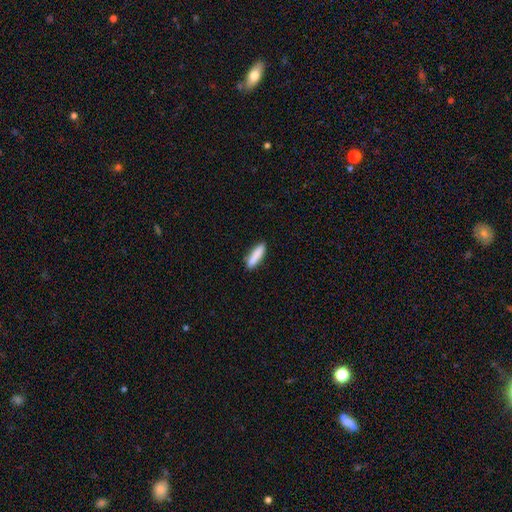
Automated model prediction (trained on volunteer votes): Smooth or featured? Predicted: smooth (p=0.87). How rounded? Predicted: cigar-shaped (p=0.75). Merging? Predicted: none (p=0.87).